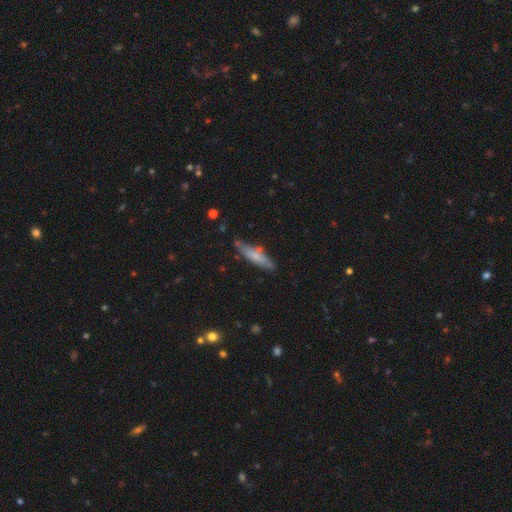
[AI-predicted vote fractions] Smooth or featured? Predicted: smooth (p=0.60). How rounded? Predicted: cigar-shaped (p=0.74). Merging? Predicted: none (p=0.70).